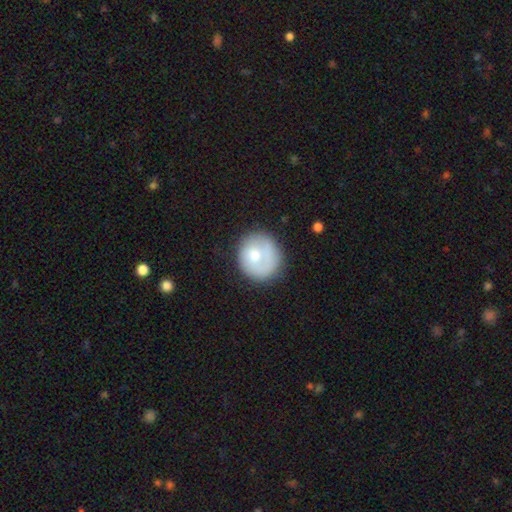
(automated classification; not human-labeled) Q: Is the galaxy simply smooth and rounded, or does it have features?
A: smooth — 61%.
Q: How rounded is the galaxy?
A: round — 84%.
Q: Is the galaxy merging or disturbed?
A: none — 67%.